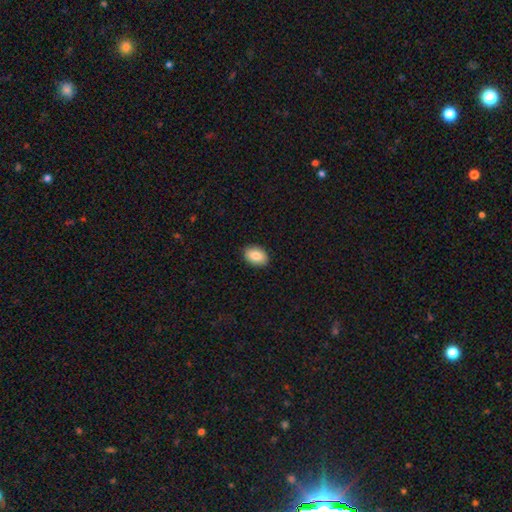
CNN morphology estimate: smooth-or-featured: smooth: 86% | star or artifact: 7% | featured or disk: 7%
  how-rounded: in between: 85% | round: 14% | cigar-shaped: 1%
  merging: none: 89% | minor disturbance: 8% | major disturbance: 2% | merger: 1%